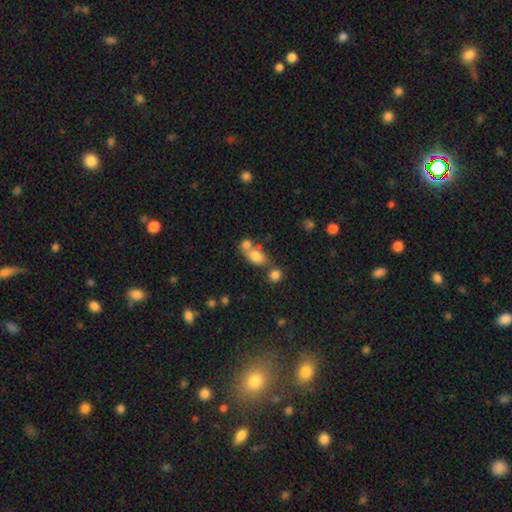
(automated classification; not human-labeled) Overall: smooth (77%). How rounded: in between (77%). Merging: merger (46%; none 38%).